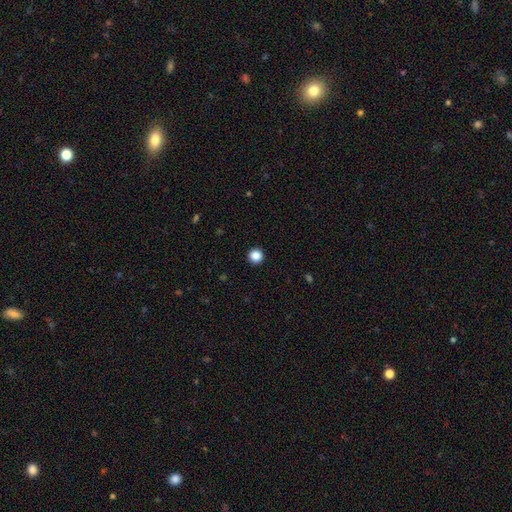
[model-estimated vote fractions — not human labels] A smooth galaxy with no disk features (87%) that is round (96%). Merging: none (94%).